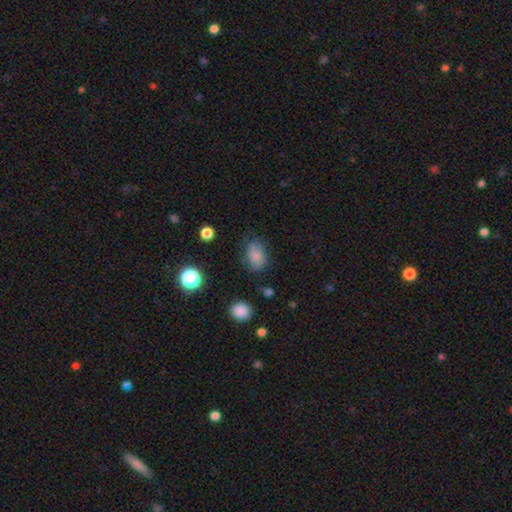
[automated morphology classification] Overall: smooth (78%). How rounded: in between (78%). Merging: none (61%; minor disturbance 26%).